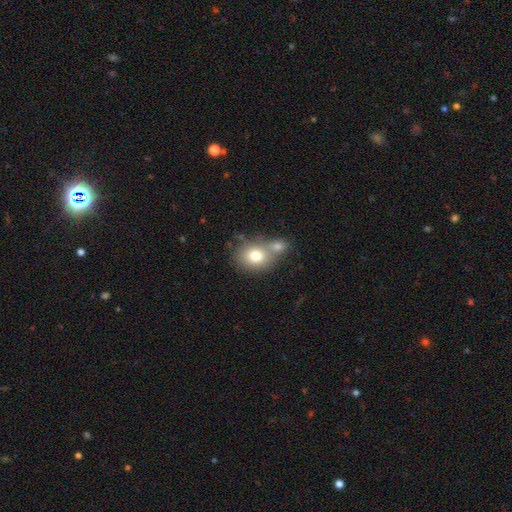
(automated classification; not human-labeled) smooth-or-featured: smooth: 75% | featured or disk: 15% | star or artifact: 10%
  how-rounded: round: 58% | in between: 41% | cigar-shaped: 1%
  merging: merger: 43% | none: 42% | minor disturbance: 11% | major disturbance: 4%